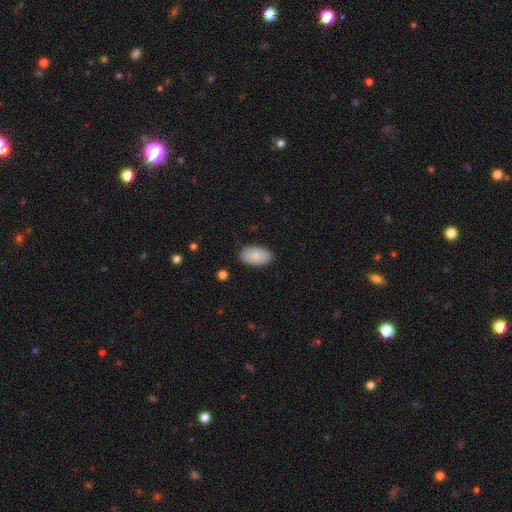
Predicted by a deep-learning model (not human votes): A smooth galaxy with no disk features (87%) that is in between round and cigar-shaped (95%). Merging: none (88%).